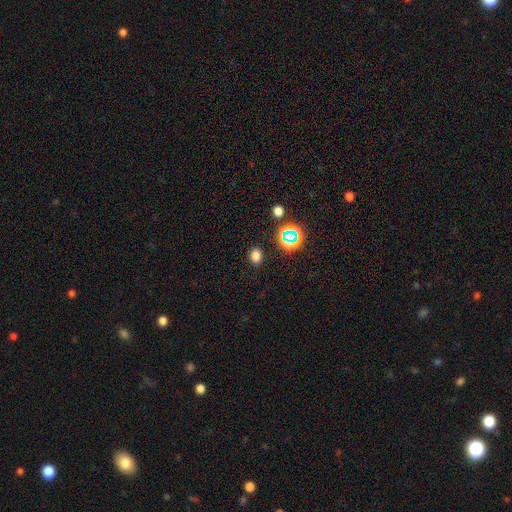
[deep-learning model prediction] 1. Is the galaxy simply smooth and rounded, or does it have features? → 75% smooth, 20% star or artifact, 5% featured or disk.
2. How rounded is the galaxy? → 59% in between, 40% round, 1% cigar-shaped.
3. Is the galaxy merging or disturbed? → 87% none, 8% minor disturbance, 3% major disturbance, 2% merger.